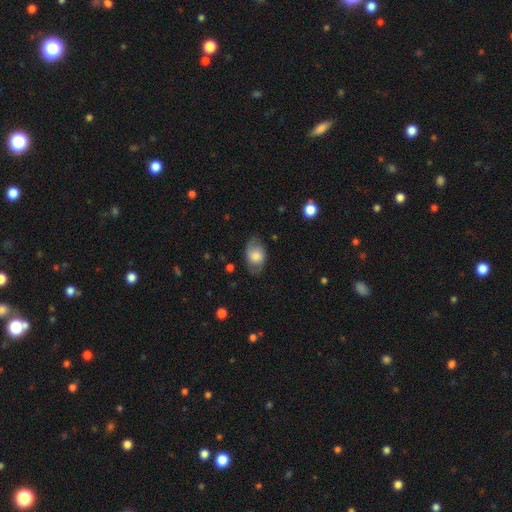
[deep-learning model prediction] The model was most divided on "smooth or featured": smooth: 59%, featured or disk: 33%, star or artifact: 8%. More confident: how rounded — in between (77%); merging — none (69%).